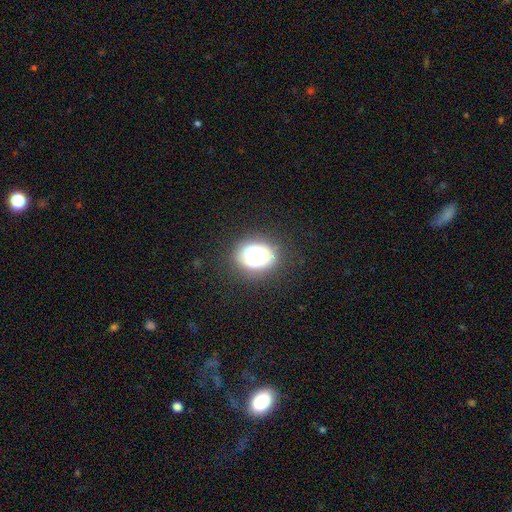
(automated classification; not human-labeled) The model was most divided on "how rounded": in between: 62%, round: 37%, cigar-shaped: 1%. More confident: merging — none (74%); smooth or featured — smooth (72%).